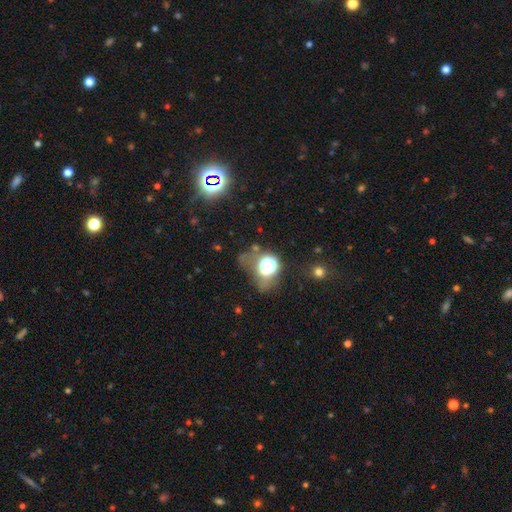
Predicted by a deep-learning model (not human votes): Q: Smooth or featured?
A: star or artifact (54%); runner-up: smooth (33%)